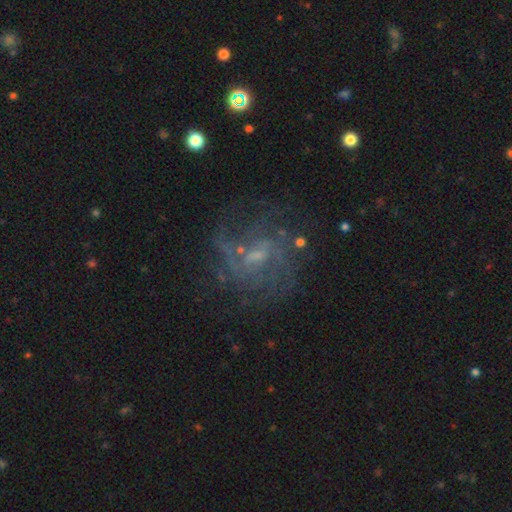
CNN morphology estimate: This appears to be a featured or disk galaxy (71%) with a weak bar (50%), medium (42%) spiral arms (84%) and a small central bulge (55%). Merging: none (65%).